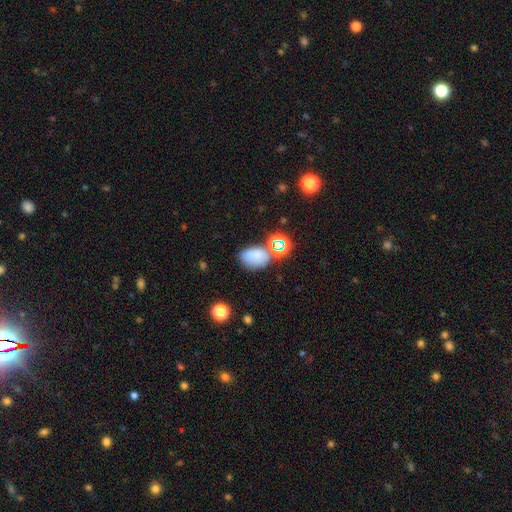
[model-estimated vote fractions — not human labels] Smooth or featured? Predicted: smooth (p=0.73). How rounded? Predicted: in between (p=0.79). Merging? Predicted: none (p=0.56).